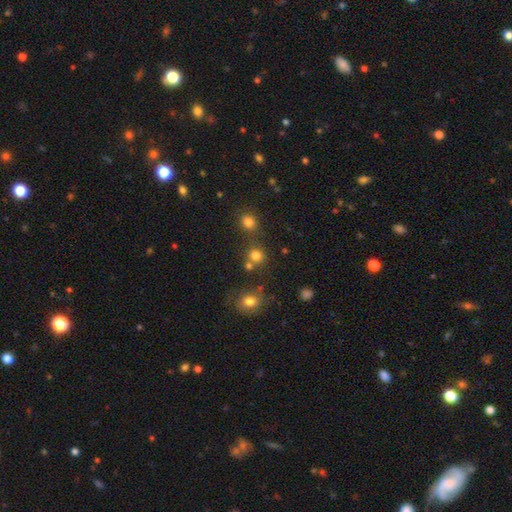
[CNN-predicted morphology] The model was most divided on "merging": none: 67%, merger: 21%, minor disturbance: 8%, major disturbance: 4%. More confident: how rounded — round (88%); smooth or featured — smooth (78%).